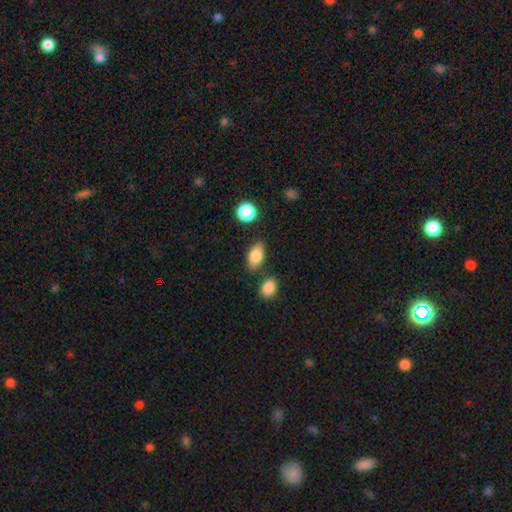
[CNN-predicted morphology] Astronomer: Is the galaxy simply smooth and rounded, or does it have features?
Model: smooth — 85%.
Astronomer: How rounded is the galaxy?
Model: in between — 90%.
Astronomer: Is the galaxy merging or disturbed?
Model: none — 80%.